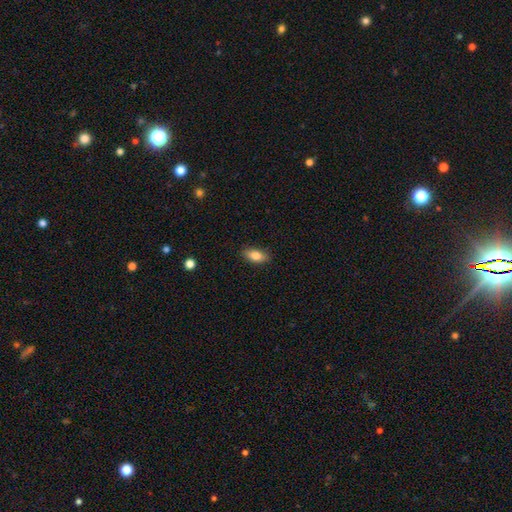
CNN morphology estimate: smooth_or_featured: smooth (p=0.81) [alt: featured or disk p=0.12]
how_rounded: in between (p=0.86) [alt: cigar-shaped p=0.10]
merging: none (p=0.87) [alt: minor disturbance p=0.09]